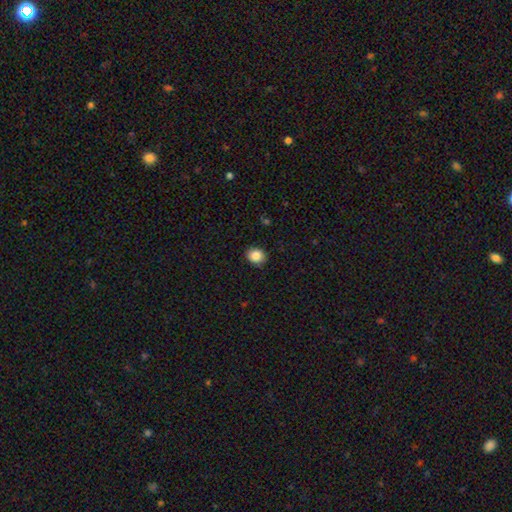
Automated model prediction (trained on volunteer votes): Smooth or featured? Predicted: smooth (p=0.86). How rounded? Predicted: round (p=0.67). Merging? Predicted: none (p=0.87).